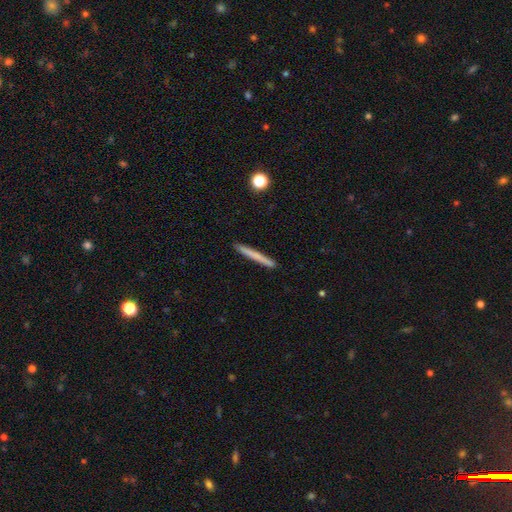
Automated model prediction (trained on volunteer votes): Smooth or featured: smooth — 65% (featured or disk — 29%)
How rounded: cigar-shaped — 97% (in between — 2%)
Merging: none — 92% (minor disturbance — 6%)